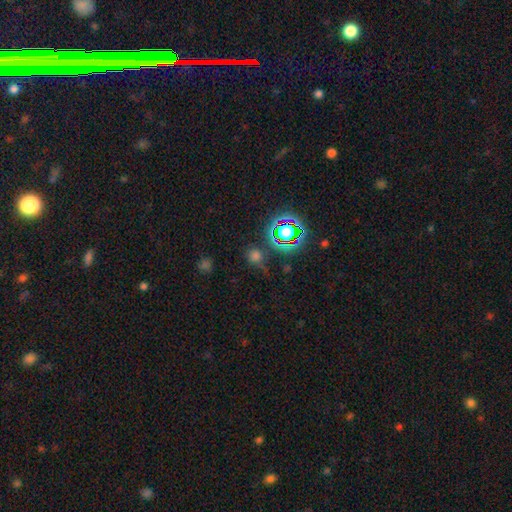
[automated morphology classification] A smooth galaxy with no disk features (55%) that is round (85%). Merging: none (69%).